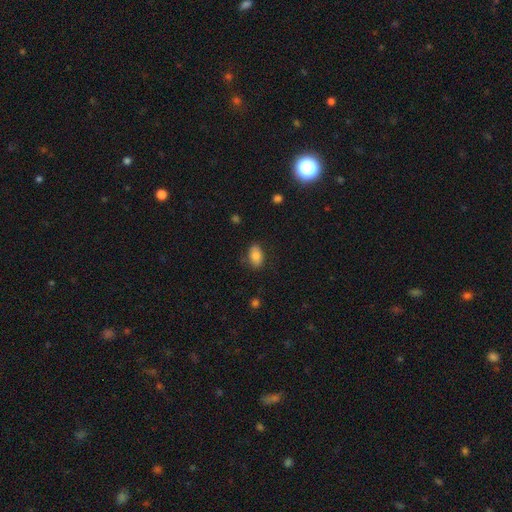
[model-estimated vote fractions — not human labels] smooth-or-featured: smooth: 79% | featured or disk: 12% | star or artifact: 9%
  how-rounded: in between: 88% | round: 10% | cigar-shaped: 2%
  merging: none: 77% | minor disturbance: 17% | major disturbance: 4% | merger: 2%